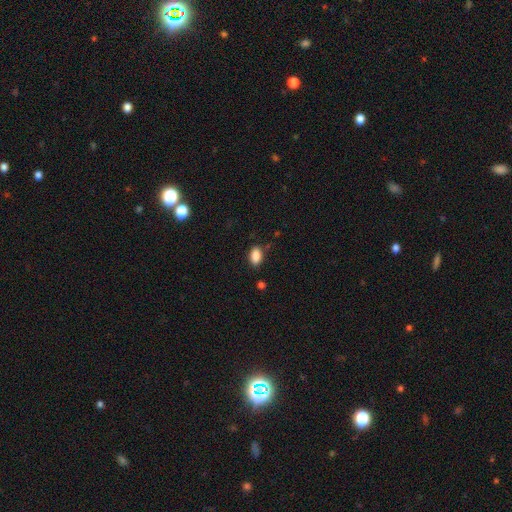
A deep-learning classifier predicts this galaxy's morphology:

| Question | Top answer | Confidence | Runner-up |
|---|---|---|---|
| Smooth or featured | smooth | 87% | star or artifact (8%) |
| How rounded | in between | 90% | round (8%) |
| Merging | none | 80% | minor disturbance (15%) |